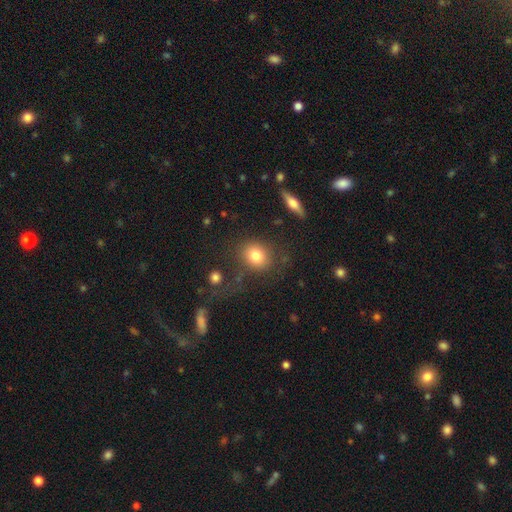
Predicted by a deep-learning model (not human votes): A smooth galaxy with no disk features (79%) that is round (66%). Merging: none (76%).